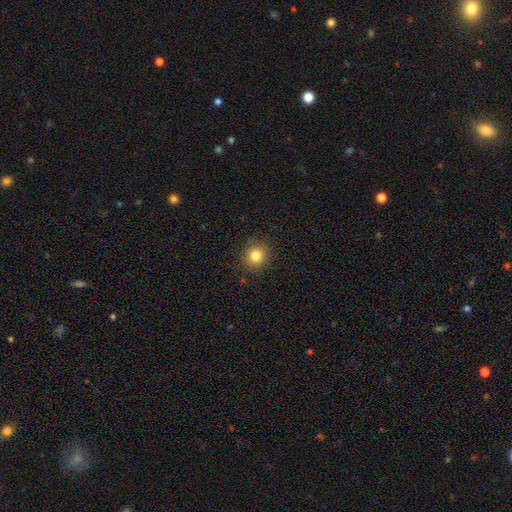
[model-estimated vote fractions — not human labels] Smooth or featured: smooth — 81% (star or artifact — 12%)
How rounded: round — 87% (in between — 12%)
Merging: none — 89% (minor disturbance — 7%)